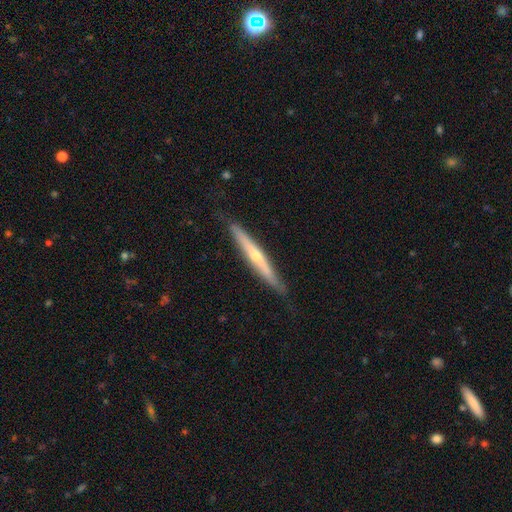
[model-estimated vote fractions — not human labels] smooth-or-featured: featured or disk: 67% | smooth: 27% | star or artifact: 6%
  disk-edge-on: yes: 95% | no: 5%
    edge-on-bulge: rounded: 76% | none: 21% | boxy: 3%
  merging: none: 87% | minor disturbance: 10% | major disturbance: 2% | merger: 1%